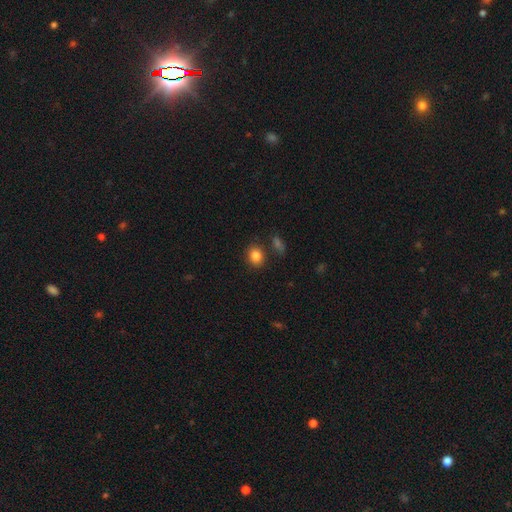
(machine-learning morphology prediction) The model was most divided on "how rounded": round: 67%, in between: 32%, cigar-shaped: 1%. More confident: smooth or featured — smooth (84%); merging — none (83%).